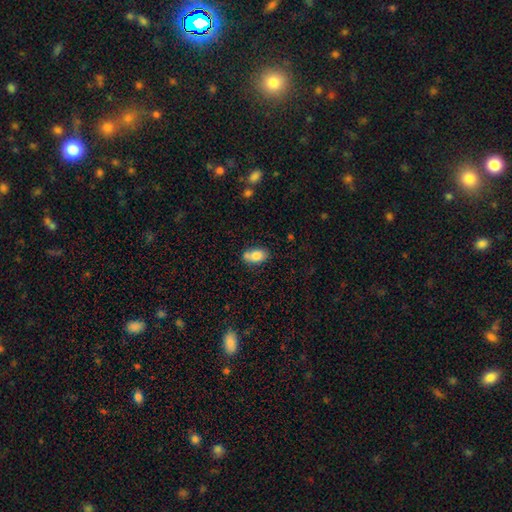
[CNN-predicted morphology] Smooth or featured?
  - smooth: 79% *
  - featured or disk: 13%
  - star or artifact: 8%
How rounded?
  - in between: 86% *
  - round: 11%
  - cigar-shaped: 2%
Merging?
  - none: 57% *
  - minor disturbance: 19%
  - merger: 19%
  - major disturbance: 5%